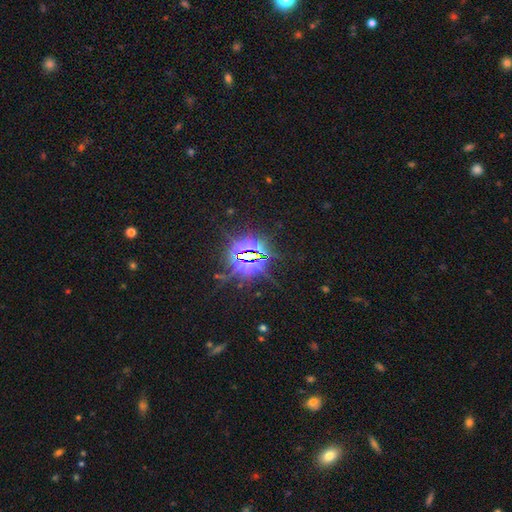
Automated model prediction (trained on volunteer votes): Morphology: type=star or artifact (85%).